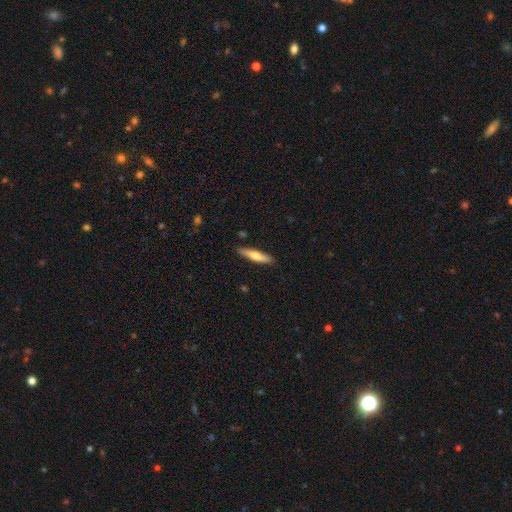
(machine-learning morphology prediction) Smooth or featured? smooth (59%)
How rounded? cigar-shaped (83%)
Merging? none (87%)